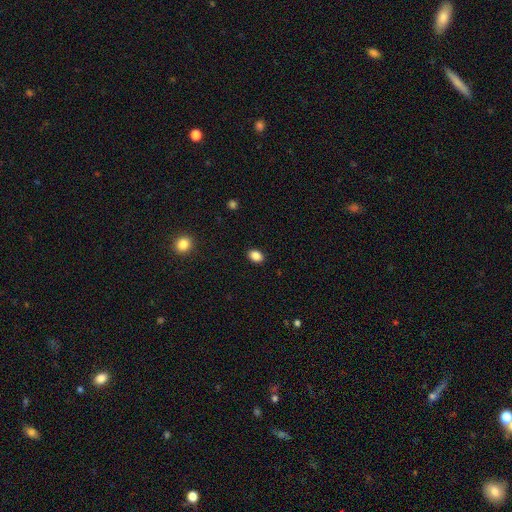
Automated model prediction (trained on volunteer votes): Q: Smooth or featured?
A: smooth (87%); runner-up: star or artifact (10%)
Q: How rounded?
A: in between (70%); runner-up: round (29%)
Q: Merging?
A: none (90%); runner-up: minor disturbance (7%)